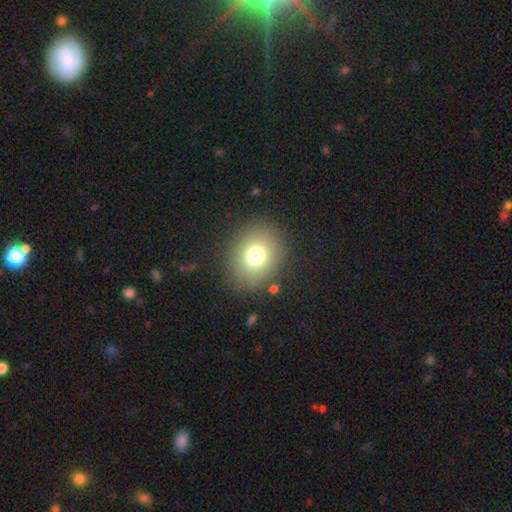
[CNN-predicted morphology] Overall: smooth (75%). How rounded: round (69%; in between 30%). Merging: none (86%).